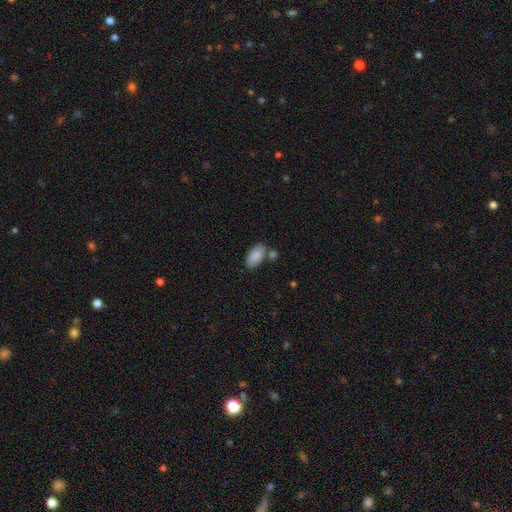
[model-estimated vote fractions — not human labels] A smooth galaxy with no disk features (87%) that is in between round and cigar-shaped (94%).

Vote fractions:
- Smooth or featured? smooth: 87% / featured or disk: 7% / star or artifact: 7%
- How rounded? in between: 94% / cigar-shaped: 3% / round: 3%
- Merging? none: 66% / merger: 16% / minor disturbance: 15% / major disturbance: 4%